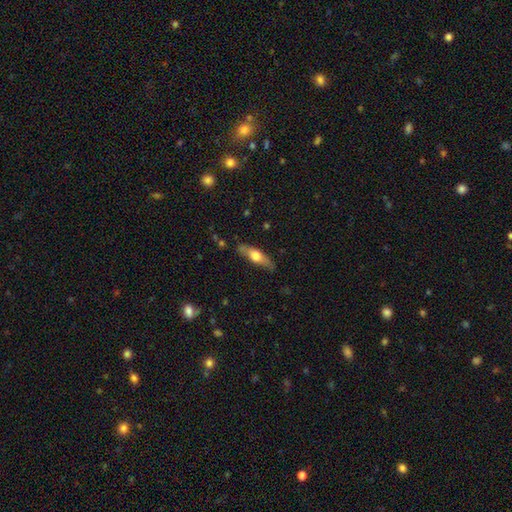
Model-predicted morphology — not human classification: Smooth or featured?
  - smooth: 51% *
  - featured or disk: 44%
  - star or artifact: 6%
How rounded?
  - cigar-shaped: 59% *
  - in between: 38%
  - round: 3%
Merging?
  - none: 79% *
  - minor disturbance: 16%
  - major disturbance: 4%
  - merger: 2%